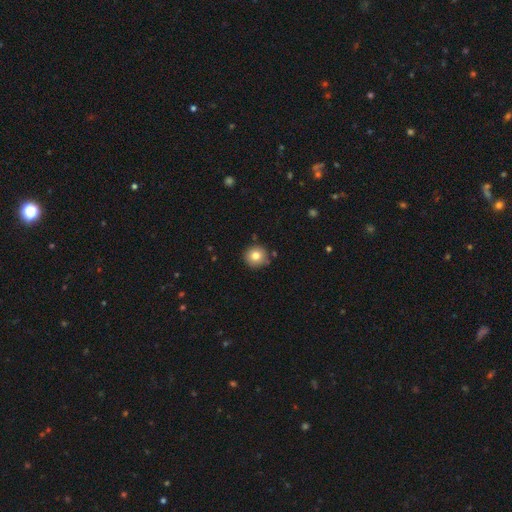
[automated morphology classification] type=smooth (80%); roundness=round (93%); merging=none (85%).